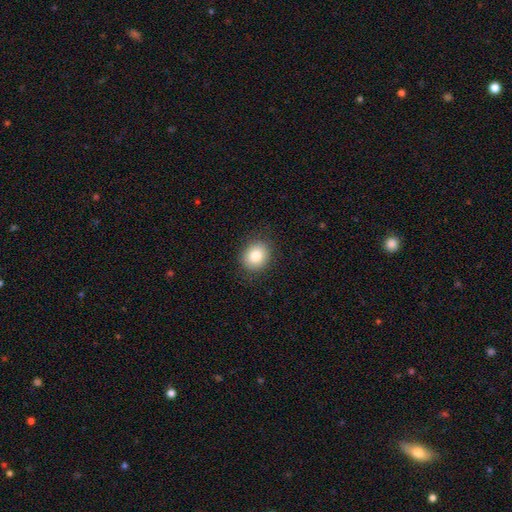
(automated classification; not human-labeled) Smooth or featured? Predicted: smooth (p=0.83). How rounded? Predicted: round (p=0.71). Merging? Predicted: none (p=0.88).